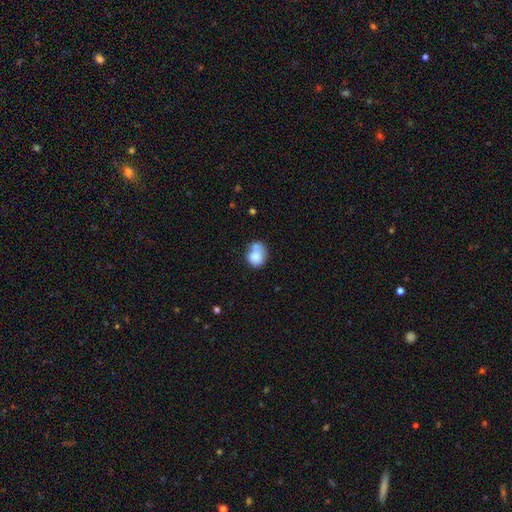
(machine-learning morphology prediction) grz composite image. It shows a smooth galaxy with no disk features (78%) that is round (53%). Merging: none (36%).